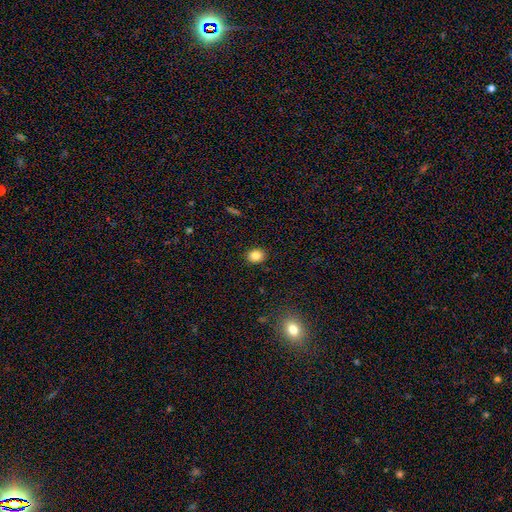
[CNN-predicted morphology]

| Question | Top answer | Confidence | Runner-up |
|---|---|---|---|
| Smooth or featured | smooth | 84% | star or artifact (10%) |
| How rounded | round | 52% | in between (47%) |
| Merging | none | 89% | minor disturbance (7%) |